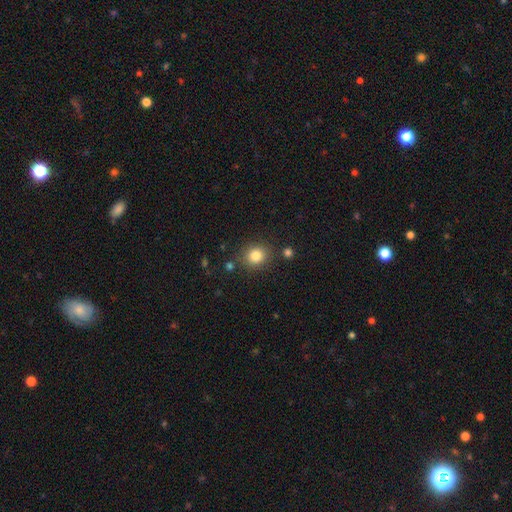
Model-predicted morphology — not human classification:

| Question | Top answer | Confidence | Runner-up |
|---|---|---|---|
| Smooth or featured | smooth | 83% | star or artifact (11%) |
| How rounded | round | 77% | in between (22%) |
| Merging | none | 82% | minor disturbance (10%) |